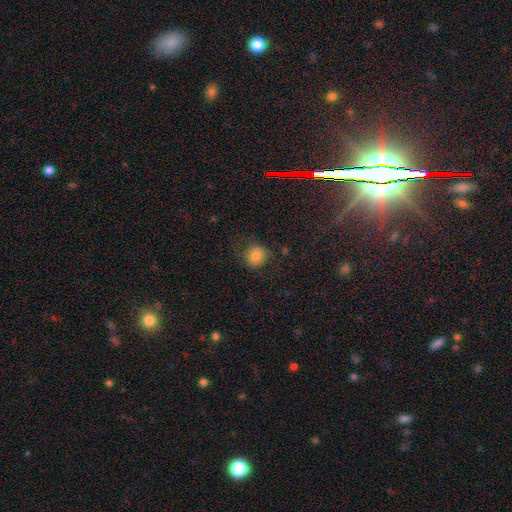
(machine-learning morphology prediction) A smooth galaxy with no disk features (80%) that is round (83%).

Vote fractions:
- Smooth or featured? smooth: 80% / star or artifact: 12% / featured or disk: 9%
- How rounded? round: 83% / in between: 16% / cigar-shaped: 1%
- Merging? none: 77% / minor disturbance: 15% / major disturbance: 7% / merger: 1%